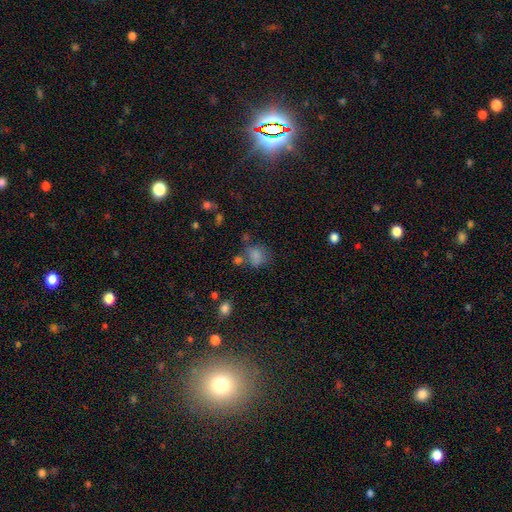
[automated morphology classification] Smooth or featured? Predicted: smooth (p=0.75). How rounded? Predicted: round (p=0.59). Merging? Predicted: none (p=0.50).